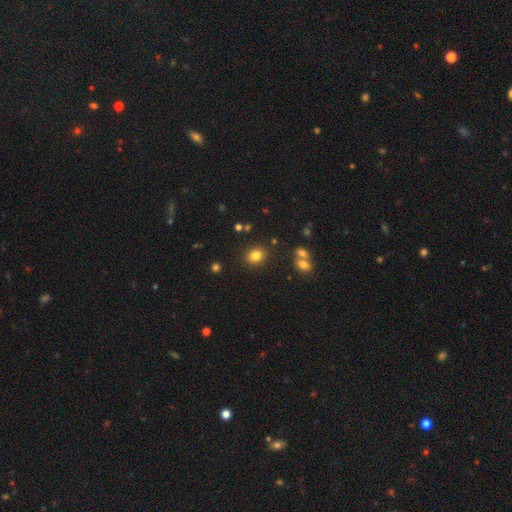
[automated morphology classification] Smooth or featured?
  - smooth: 82% *
  - star or artifact: 12%
  - featured or disk: 6%
How rounded?
  - round: 62% *
  - in between: 37%
  - cigar-shaped: 1%
Merging?
  - none: 85% *
  - minor disturbance: 8%
  - merger: 4%
  - major disturbance: 3%